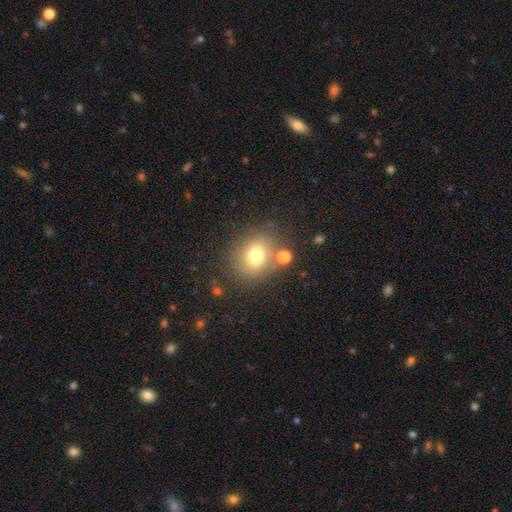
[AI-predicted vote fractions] Overall: smooth (72%). How rounded: round (69%; in between 30%). Merging: none (72%).